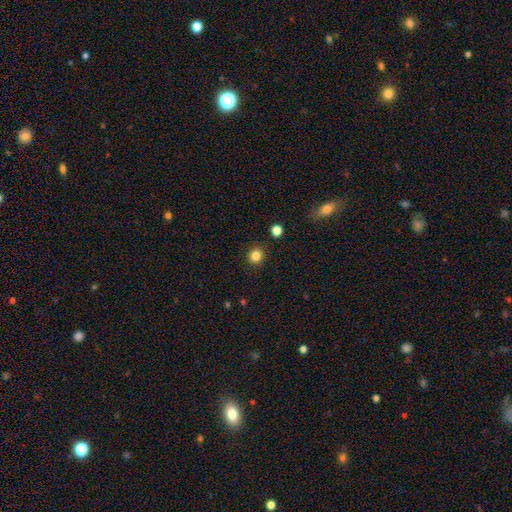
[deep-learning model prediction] smooth_or_featured: smooth (p=0.84) [alt: star or artifact p=0.12]
how_rounded: round (p=0.89) [alt: in between p=0.10]
merging: none (p=0.90) [alt: minor disturbance p=0.06]